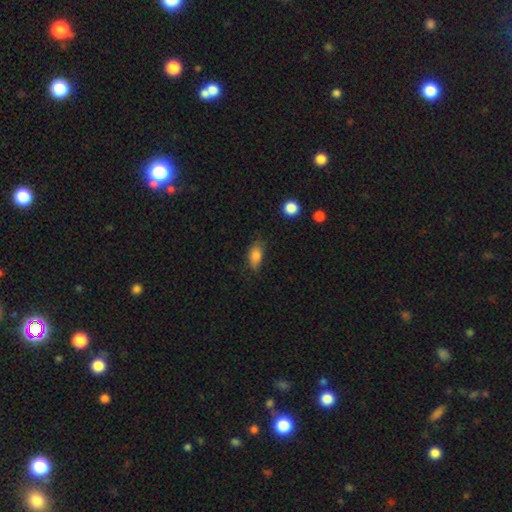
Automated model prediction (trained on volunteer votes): smooth-or-featured: smooth: 84% | star or artifact: 8% | featured or disk: 8%
  how-rounded: in between: 87% | round: 7% | cigar-shaped: 6%
  merging: none: 72% | minor disturbance: 22% | major disturbance: 5% | merger: 2%